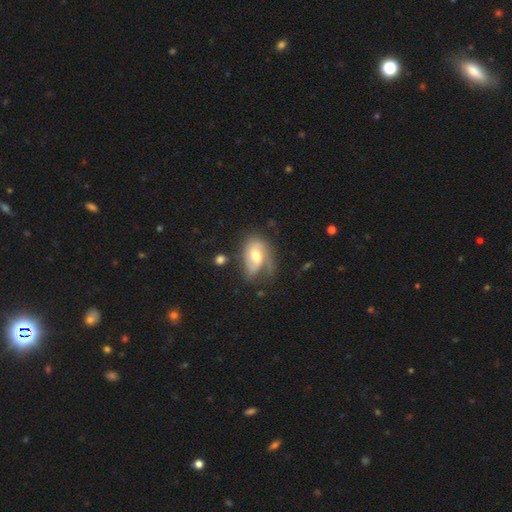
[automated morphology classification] Smooth or featured? featured or disk (73%)
Edge-on disk? no (96%)
Bar? no (52%)
Spiral arms? yes (90%)
Spiral winding? medium (41%)
Spiral arm count? 2 (45%)
Bulge size? moderate (65%)
Merging? none (50%)